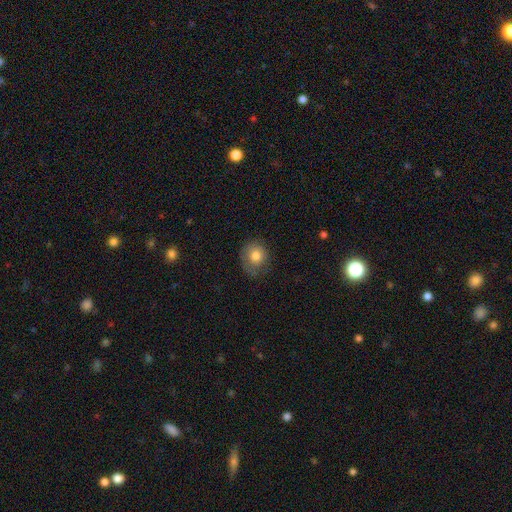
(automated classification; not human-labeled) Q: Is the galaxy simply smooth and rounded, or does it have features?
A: smooth — 77%.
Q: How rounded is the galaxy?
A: round — 78%.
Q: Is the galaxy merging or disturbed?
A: none — 63%.